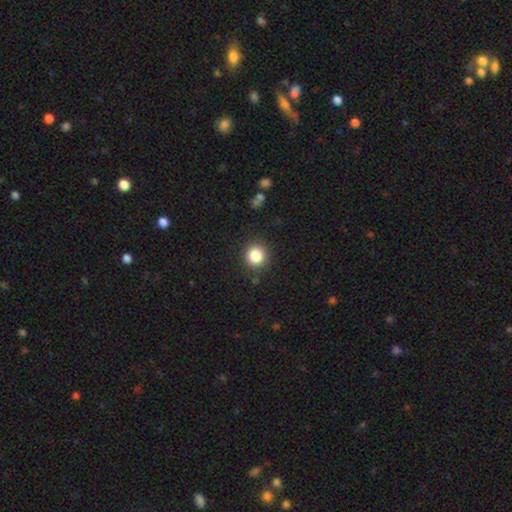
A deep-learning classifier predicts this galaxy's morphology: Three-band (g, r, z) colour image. It shows a smooth galaxy with no disk features (84%) that is round (93%). Merging: none (89%).